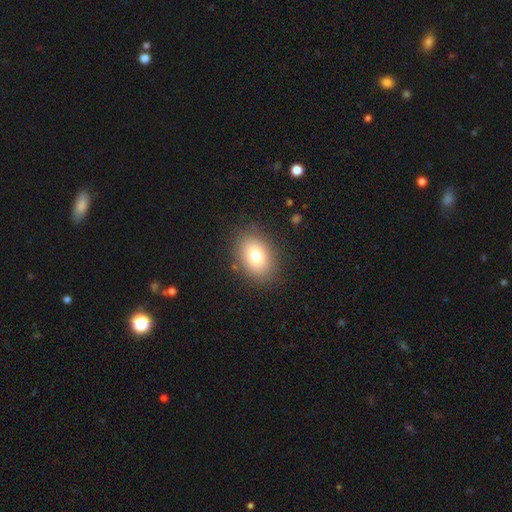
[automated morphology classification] The model was most divided on "how rounded": in between: 71%, round: 28%, cigar-shaped: 1%. More confident: merging — none (84%); smooth or featured — smooth (77%).